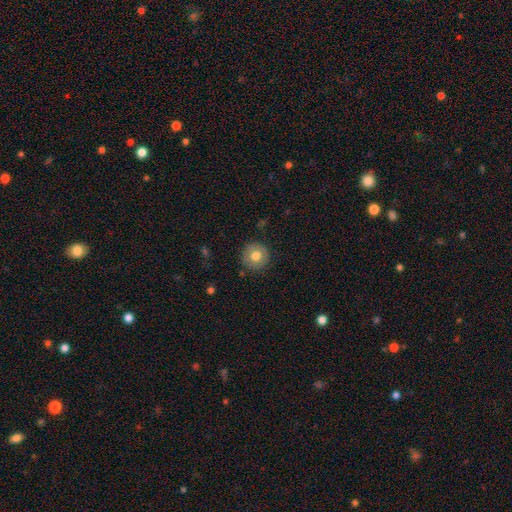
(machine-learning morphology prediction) Smooth or featured: smooth — 75% (featured or disk — 17%)
How rounded: round — 95% (in between — 4%)
Merging: none — 89% (minor disturbance — 8%)